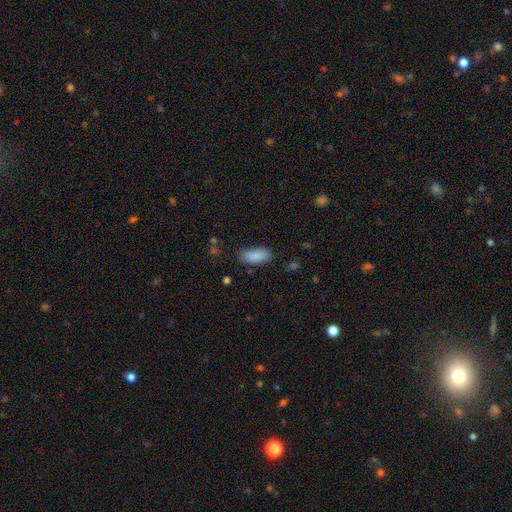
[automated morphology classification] smooth_or_featured: smooth (p=0.87) [alt: star or artifact p=0.07]
how_rounded: in between (p=0.86) [alt: cigar-shaped p=0.11]
merging: none (p=0.74) [alt: minor disturbance p=0.20]